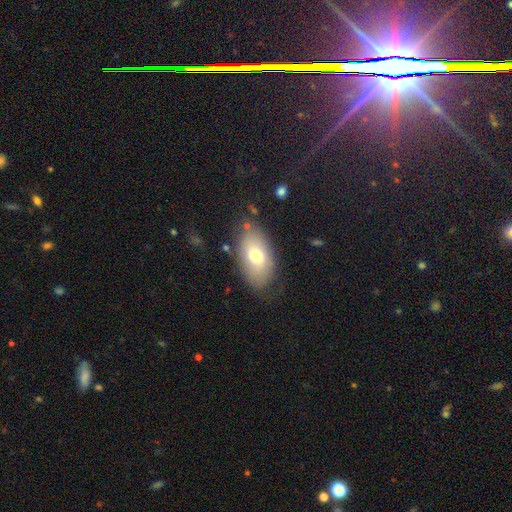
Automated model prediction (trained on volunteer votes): Q: Smooth or featured?
A: smooth (69%); runner-up: featured or disk (22%)
Q: How rounded?
A: in between (92%); runner-up: round (6%)
Q: Merging?
A: none (75%); runner-up: minor disturbance (16%)